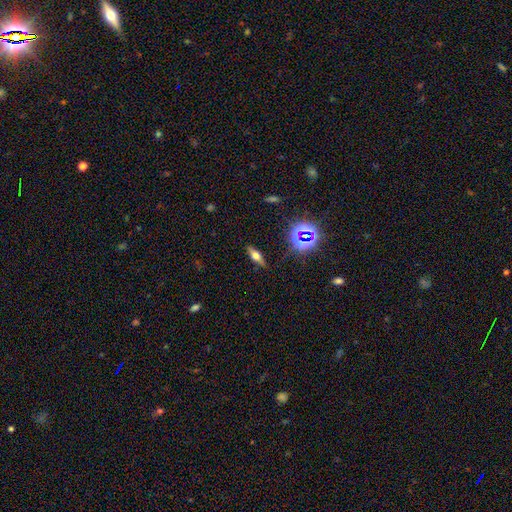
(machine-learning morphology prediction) Smooth or featured? smooth (42%)
Merging? none (85%)